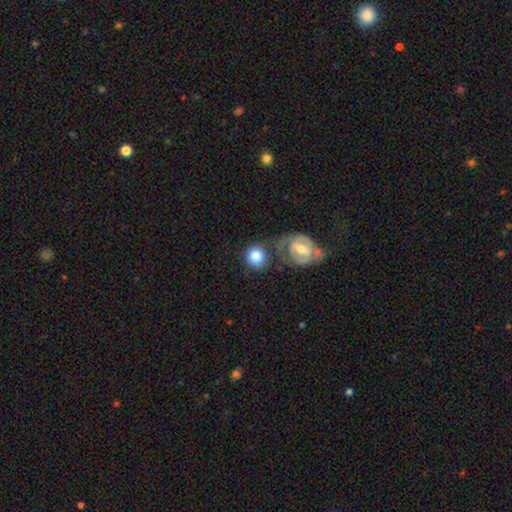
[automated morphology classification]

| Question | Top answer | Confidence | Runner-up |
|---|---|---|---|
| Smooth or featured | smooth | 72% | featured or disk (22%) |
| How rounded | round | 85% | in between (14%) |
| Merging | none | 49% | merger (28%) |